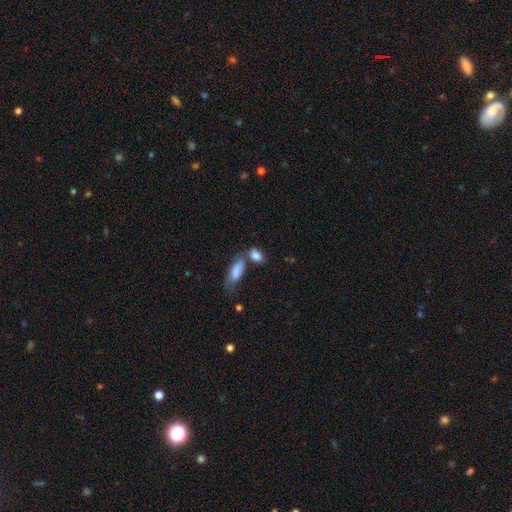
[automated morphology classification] Smooth or featured: smooth — 83% (featured or disk — 9%)
How rounded: in between — 84% (round — 10%)
Merging: none — 48% (merger — 29%)